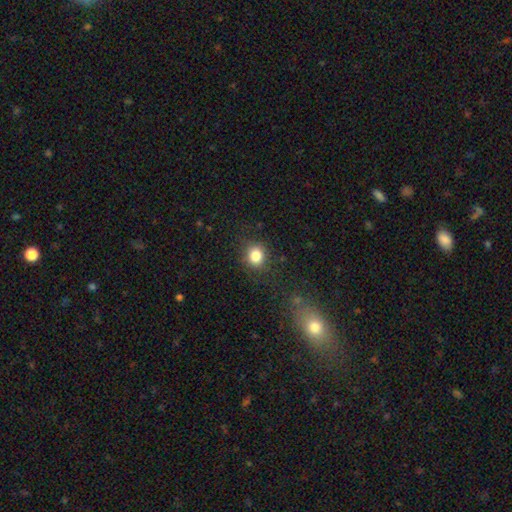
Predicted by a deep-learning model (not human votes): The model was most divided on "how rounded": round: 73%, in between: 26%, cigar-shaped: 1%. More confident: smooth or featured — smooth (84%); merging — none (83%).